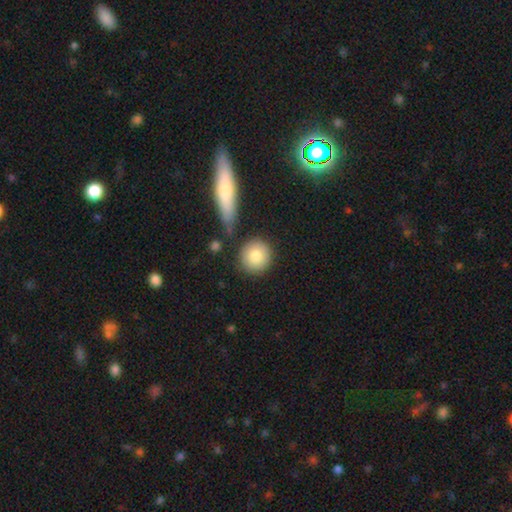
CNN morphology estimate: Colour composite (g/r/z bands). It shows a smooth galaxy with no disk features (84%) that is round (91%). Merging: none (80%).